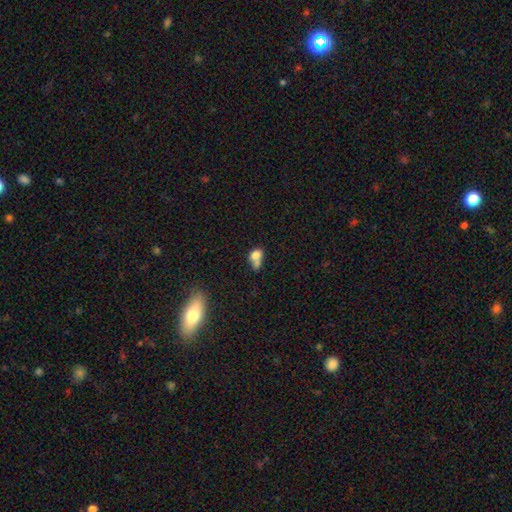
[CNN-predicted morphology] type=smooth (74%); roundness=in between (63%); merging=merger (54%).